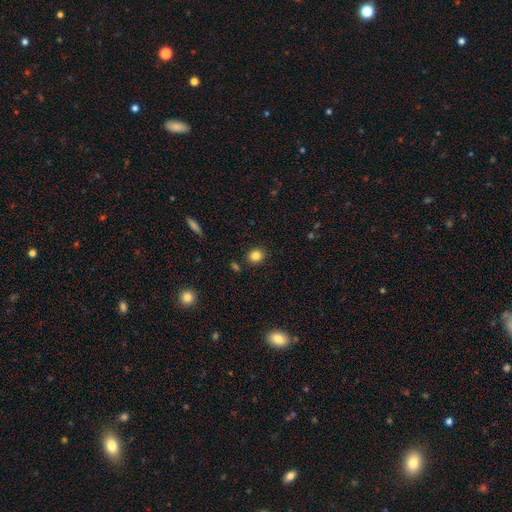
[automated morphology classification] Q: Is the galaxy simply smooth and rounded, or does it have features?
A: smooth — 83%.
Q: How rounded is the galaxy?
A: round — 78%.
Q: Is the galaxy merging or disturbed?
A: none — 87%.